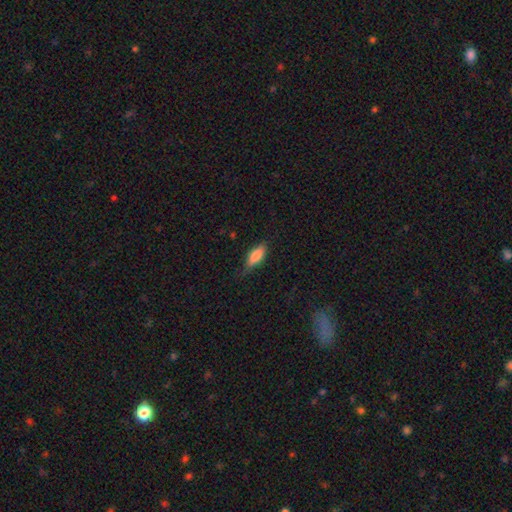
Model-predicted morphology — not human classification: A smooth galaxy with no disk features (77%) that is in between round and cigar-shaped (67%). Merging: none (66%).